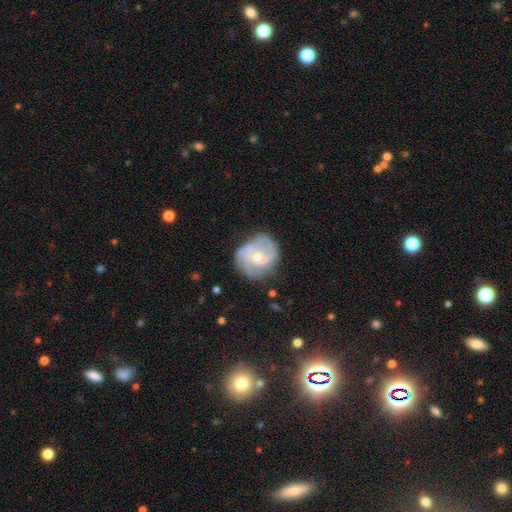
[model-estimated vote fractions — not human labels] This appears to be a featured or disk galaxy (77%) with no bar (62%), 2 (37%) medium (43%) spiral arms (90%) and a small central bulge (54%). Merging: none (63%).